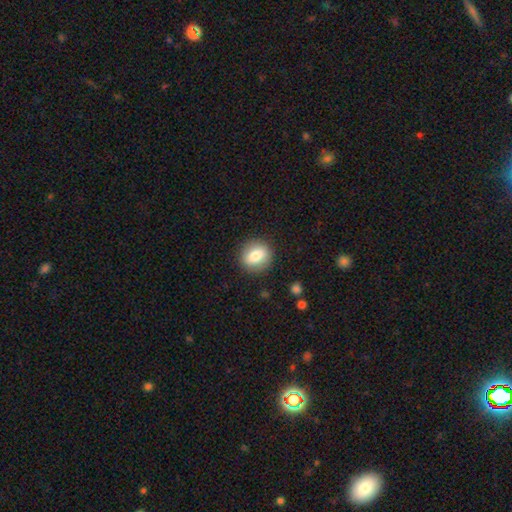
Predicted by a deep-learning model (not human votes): This appears to be a smooth galaxy with no disk features (79%) that is round (73%). Merging: none (88%).